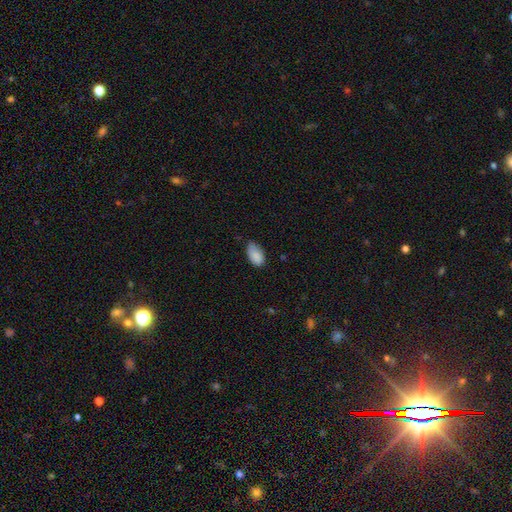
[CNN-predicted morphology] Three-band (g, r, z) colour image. It shows a smooth galaxy with no disk features (87%) that is in between round and cigar-shaped (93%). Merging: none (53%).